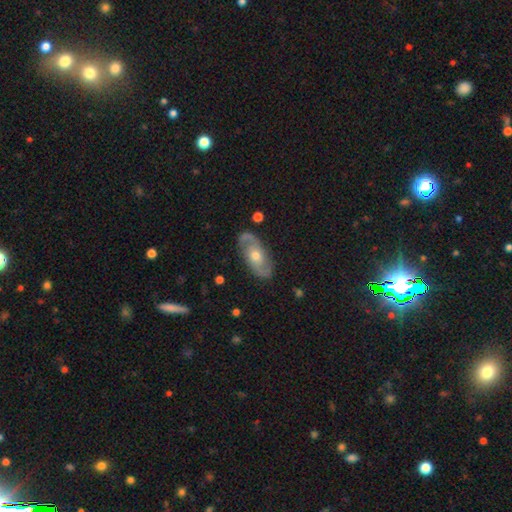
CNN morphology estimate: A featured or disk galaxy (76%) with no bar (70%), 2 (86%) medium (47%) spiral arms (88%) and a moderate central bulge (70%). Merging: none (82%).